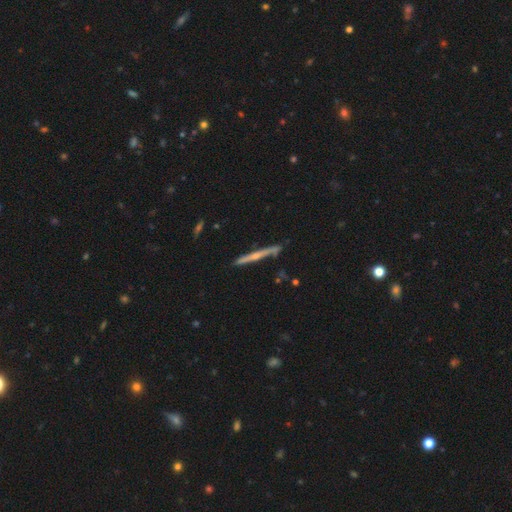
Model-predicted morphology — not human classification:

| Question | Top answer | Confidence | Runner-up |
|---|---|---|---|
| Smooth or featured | featured or disk | 70% | smooth (25%) |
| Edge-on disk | yes | 97% | no (3%) |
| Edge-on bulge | rounded | 64% | none (31%) |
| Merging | none | 81% | minor disturbance (14%) |